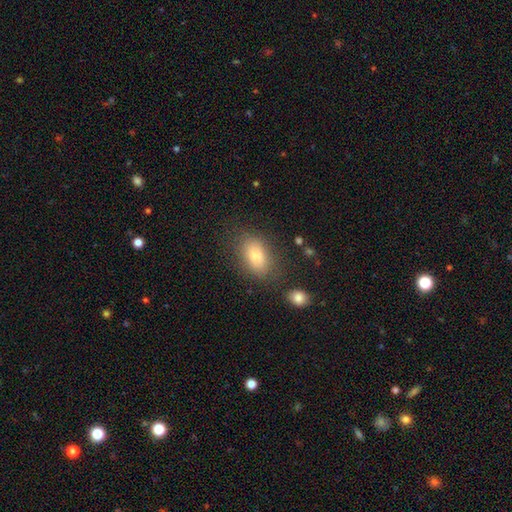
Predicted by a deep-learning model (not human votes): This appears to be a smooth galaxy with no disk features (81%) that is in between round and cigar-shaped (87%). Merging: none (72%).